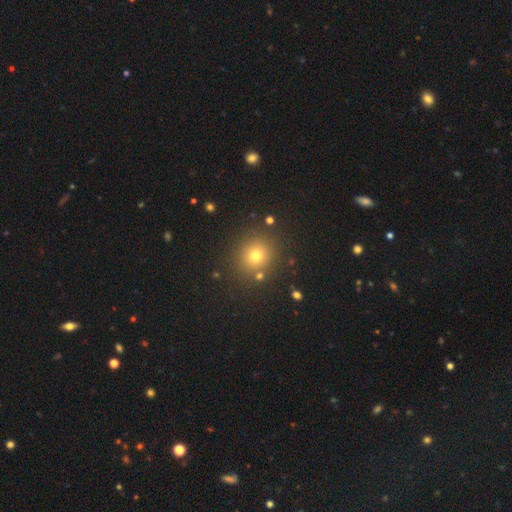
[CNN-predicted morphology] Q: Smooth or featured?
A: smooth (70%); runner-up: star or artifact (21%)
Q: How rounded?
A: round (89%); runner-up: in between (10%)
Q: Merging?
A: none (86%); runner-up: minor disturbance (7%)